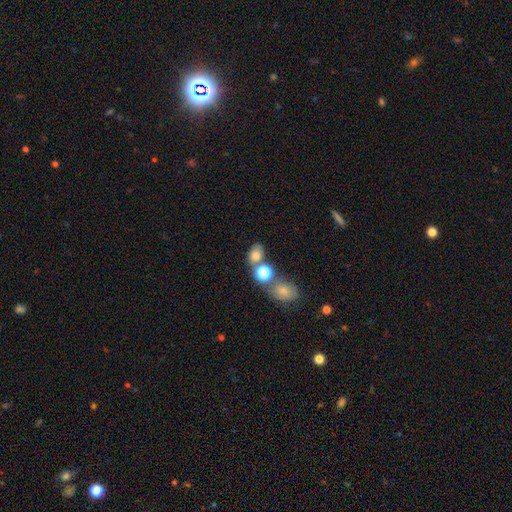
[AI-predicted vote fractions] Overall: smooth (74%). How rounded: in between (62%; round 37%). Merging: none (49%; merger 32%).